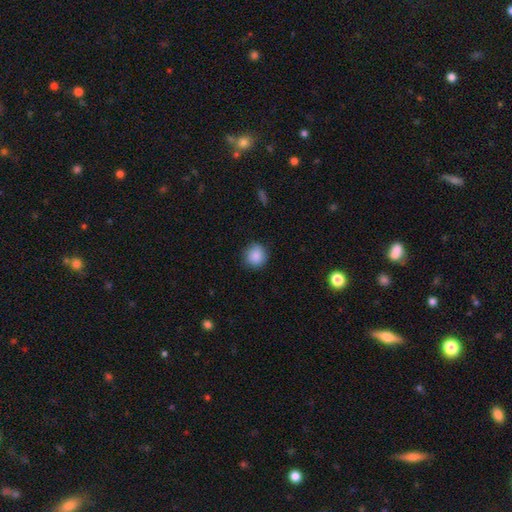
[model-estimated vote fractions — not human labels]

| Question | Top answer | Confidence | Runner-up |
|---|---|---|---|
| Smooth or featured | smooth | 88% | star or artifact (8%) |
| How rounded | round | 90% | in between (9%) |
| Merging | none | 86% | minor disturbance (11%) |